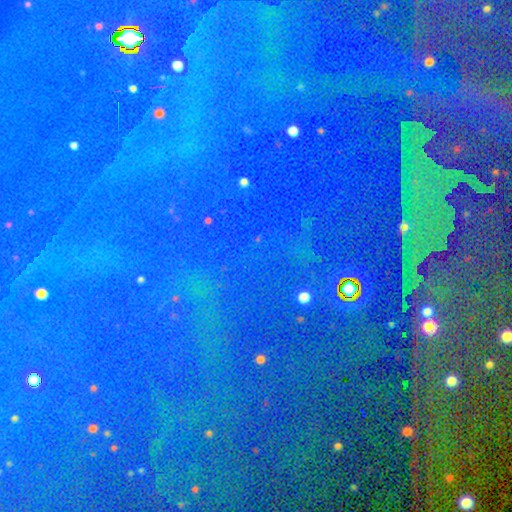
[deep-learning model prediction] star or artifact 83%, smooth 9%, featured or disk 8%.